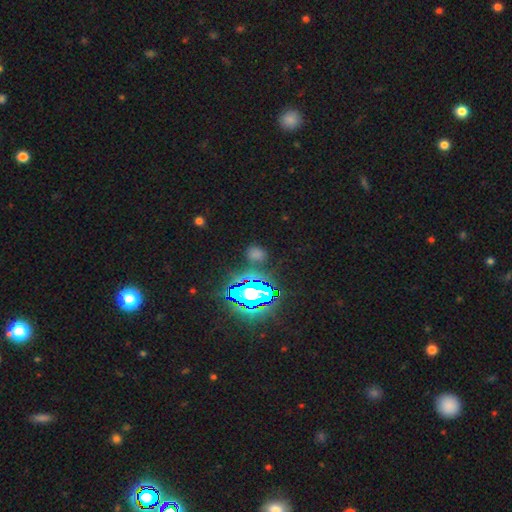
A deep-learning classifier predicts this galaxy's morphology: Smooth or featured: star or artifact — 65% (smooth — 26%)